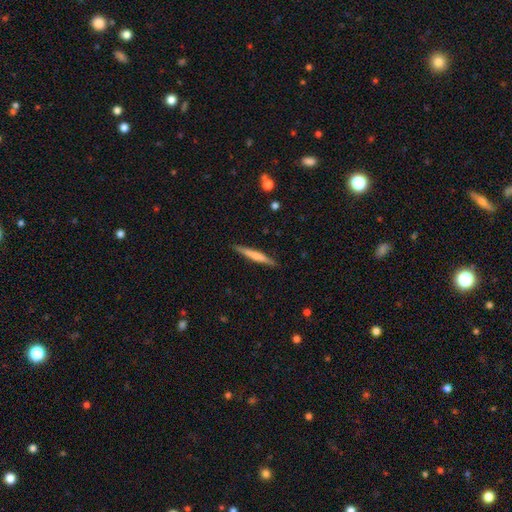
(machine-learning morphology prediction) type=smooth (53%); roundness=cigar-shaped (95%); merging=none (88%).